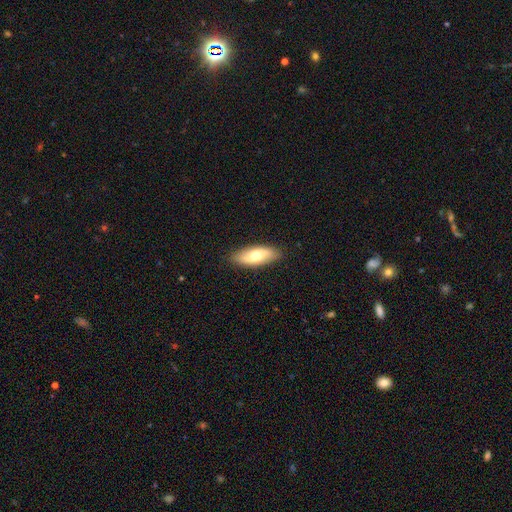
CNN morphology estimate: Smooth or featured: smooth — 58% (featured or disk — 36%)
How rounded: in between — 75% (cigar-shaped — 21%)
Merging: none — 88% (minor disturbance — 9%)